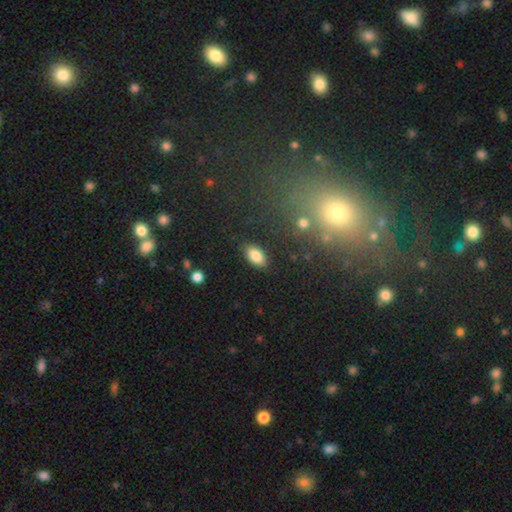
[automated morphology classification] This appears to be a smooth galaxy with no disk features (85%) that is in between round and cigar-shaped (93%). Merging: none (87%).